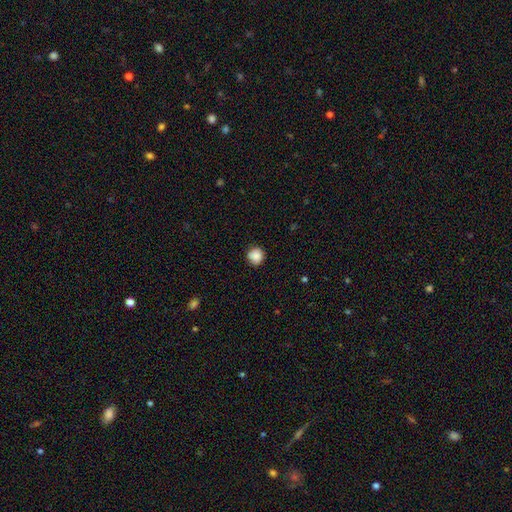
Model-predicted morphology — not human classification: A smooth galaxy with no disk features (86%) that is round (90%). Merging: none (81%).